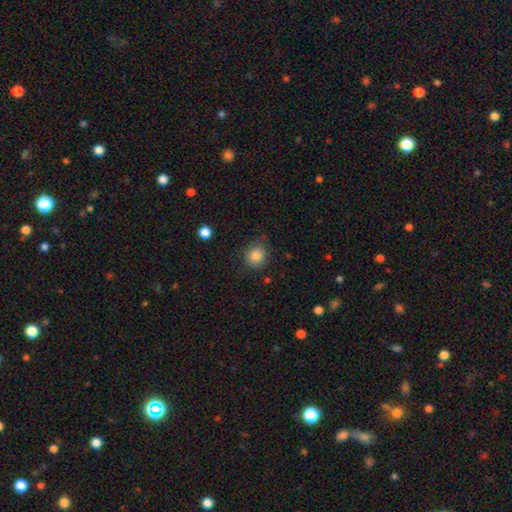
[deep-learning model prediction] Overall: smooth (85%). How rounded: round (82%). Merging: none (79%).